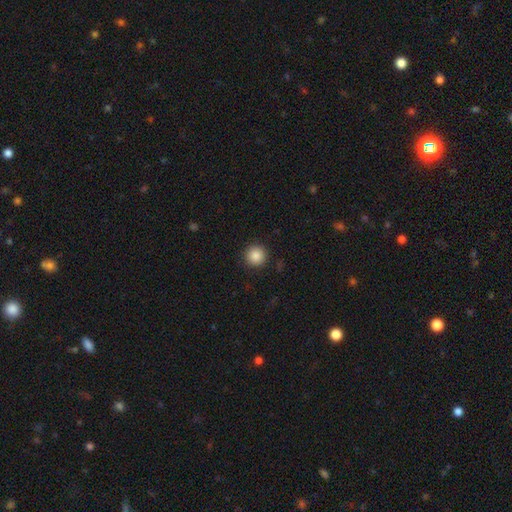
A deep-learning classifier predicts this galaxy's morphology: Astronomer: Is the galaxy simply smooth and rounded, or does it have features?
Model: smooth — 87%.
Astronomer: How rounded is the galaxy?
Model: round — 95%.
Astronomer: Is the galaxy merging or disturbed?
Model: none — 92%.